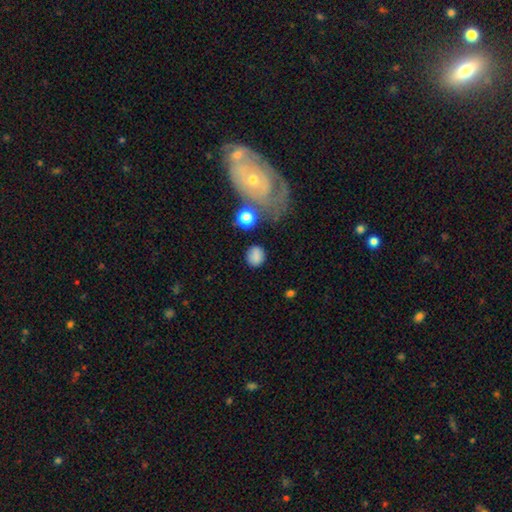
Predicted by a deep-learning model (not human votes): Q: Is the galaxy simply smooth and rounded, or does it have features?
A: smooth — 80%.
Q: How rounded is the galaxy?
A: round — 71%.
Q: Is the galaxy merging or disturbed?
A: none — 77%.